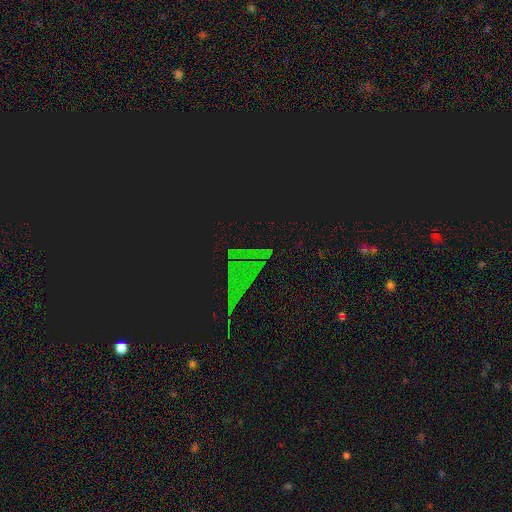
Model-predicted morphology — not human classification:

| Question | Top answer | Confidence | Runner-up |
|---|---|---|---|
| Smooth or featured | star or artifact | 83% | smooth (10%) |